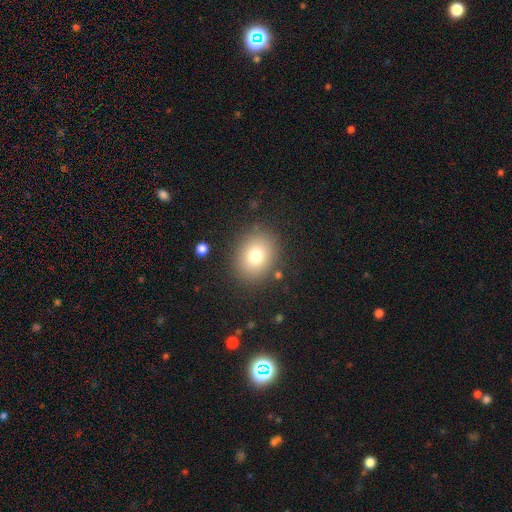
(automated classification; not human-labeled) smooth-or-featured: smooth: 76% | star or artifact: 12% | featured or disk: 11%
  how-rounded: round: 61% | in between: 39% | cigar-shaped: 1%
  merging: none: 86% | minor disturbance: 9% | major disturbance: 4% | merger: 2%